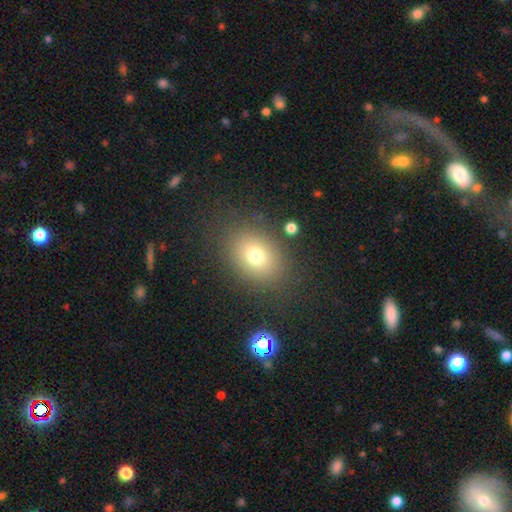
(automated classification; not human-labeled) This appears to be a smooth galaxy with no disk features (73%) that is in between round and cigar-shaped (57%). Merging: none (82%).